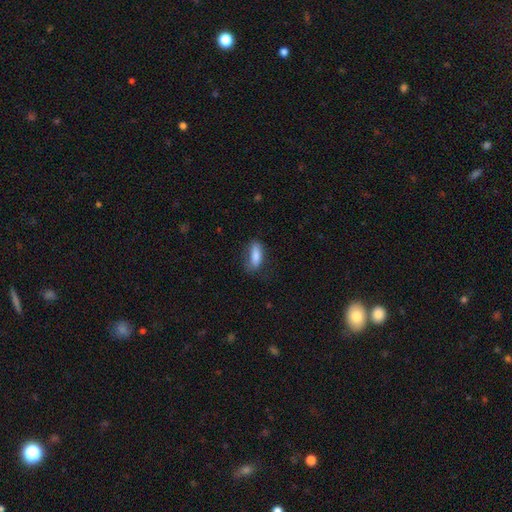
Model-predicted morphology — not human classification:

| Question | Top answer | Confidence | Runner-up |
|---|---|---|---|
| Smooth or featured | smooth | 82% | featured or disk (11%) |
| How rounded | in between | 67% | cigar-shaped (31%) |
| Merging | none | 63% | minor disturbance (25%) |